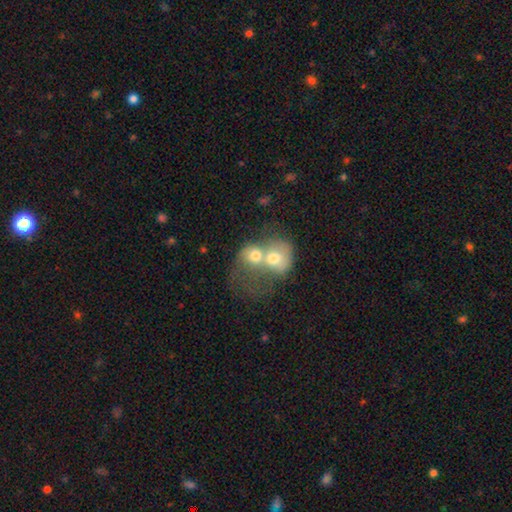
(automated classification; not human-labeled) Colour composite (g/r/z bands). It shows a smooth galaxy with no disk features (61%) that is round (60%). Merging: merger (79%).